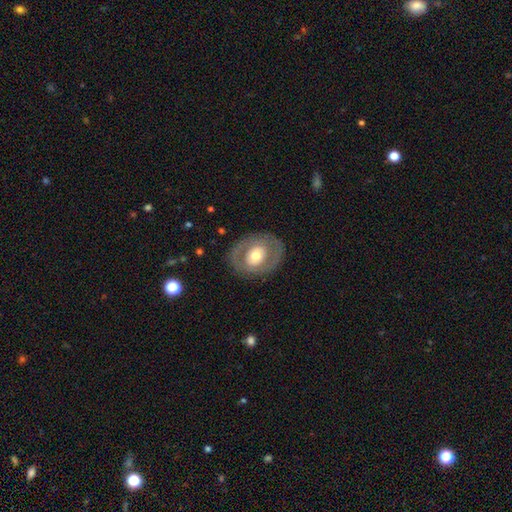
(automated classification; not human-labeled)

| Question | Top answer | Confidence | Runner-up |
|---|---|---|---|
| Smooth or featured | featured or disk | 54% | smooth (40%) |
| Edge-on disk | no | 94% | yes (6%) |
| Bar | no | 73% | weak (19%) |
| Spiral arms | no | 79% | yes (21%) |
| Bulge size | moderate | 65% | large (22%) |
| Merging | none | 82% | minor disturbance (11%) |